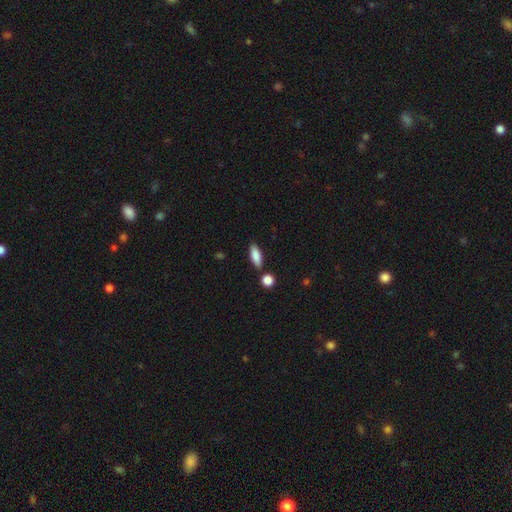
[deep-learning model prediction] Smooth or featured? Predicted: smooth (p=0.84). How rounded? Predicted: in between (p=0.66). Merging? Predicted: none (p=0.80).